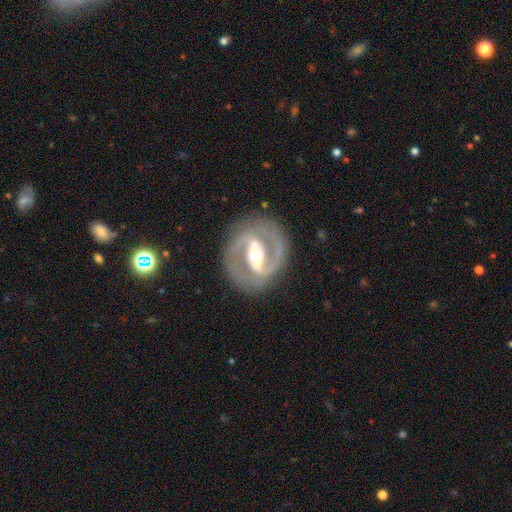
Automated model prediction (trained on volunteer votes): Smooth or featured? Predicted: featured or disk (p=0.90). Edge-on disk? Predicted: no (p=0.97). Bar? Predicted: strong (p=0.63). Spiral arms? Predicted: yes (p=0.94). Spiral winding? Predicted: medium (p=0.50). Spiral arm count? Predicted: 2 (p=0.92). Bulge size? Predicted: moderate (p=0.64). Merging? Predicted: none (p=0.85).